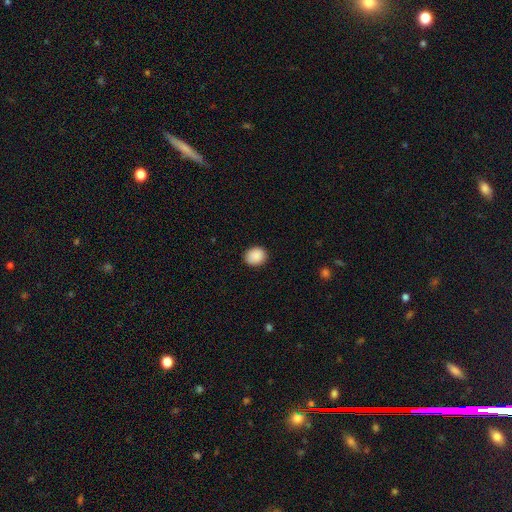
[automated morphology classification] smooth_or_featured: smooth (p=0.89) [alt: star or artifact p=0.08]
how_rounded: round (p=0.64) [alt: in between p=0.35]
merging: none (p=0.87) [alt: minor disturbance p=0.10]